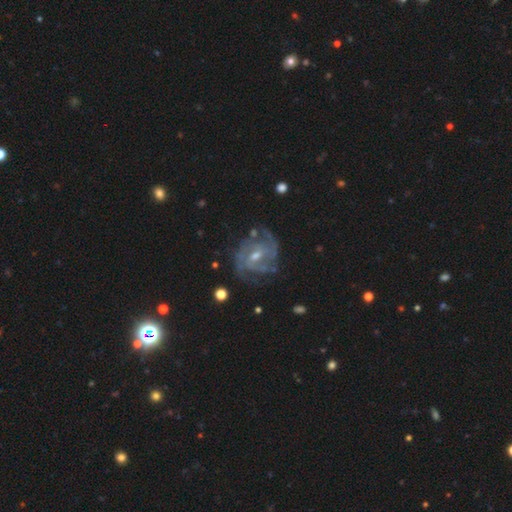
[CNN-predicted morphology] A featured or disk galaxy (86%) with a weak bar (51%), can't tell (27%, tied with 3) tight (53%) spiral arms (95%) and a moderate central bulge (51%). Merging: none (69%).